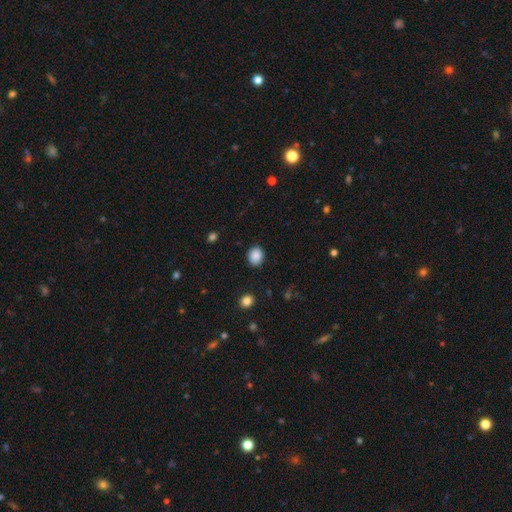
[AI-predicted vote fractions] A smooth galaxy with no disk features (88%) that is round (62%). Merging: none (87%).